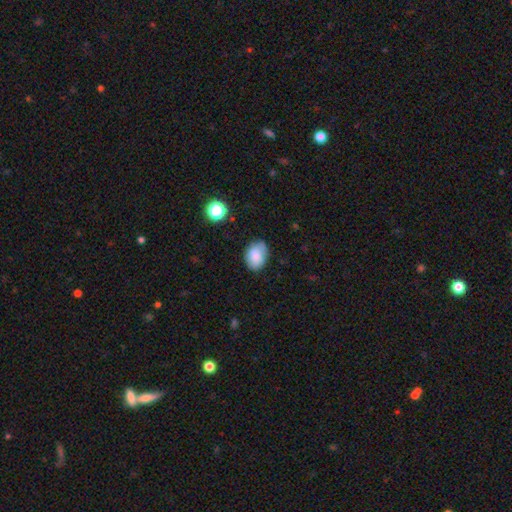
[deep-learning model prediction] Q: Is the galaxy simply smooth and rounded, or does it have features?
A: smooth — 83%.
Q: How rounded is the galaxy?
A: in between — 73%.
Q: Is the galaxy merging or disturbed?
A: none — 70%.